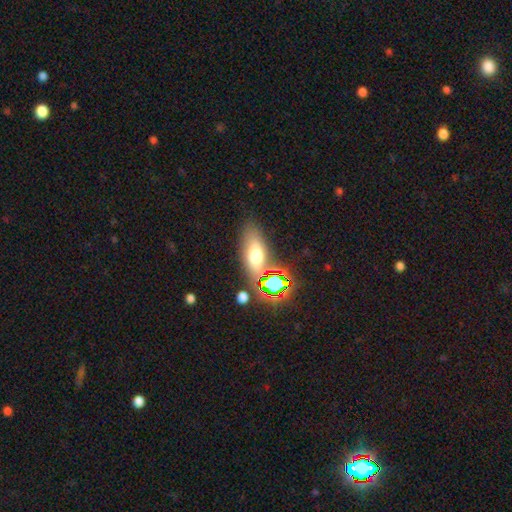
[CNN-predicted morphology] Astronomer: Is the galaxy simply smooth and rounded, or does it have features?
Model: smooth — 56%.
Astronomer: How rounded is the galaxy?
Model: in between — 69%.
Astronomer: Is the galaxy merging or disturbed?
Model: none — 73%.